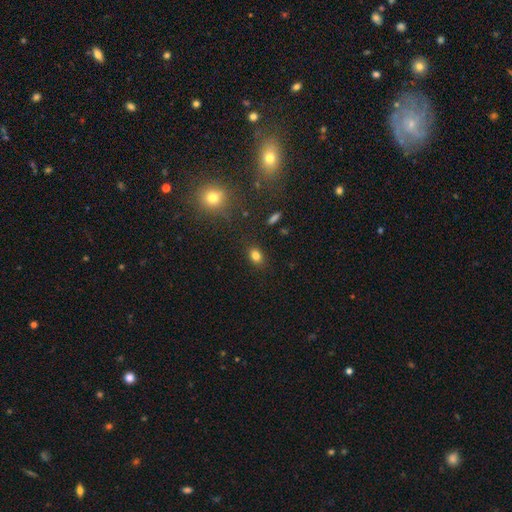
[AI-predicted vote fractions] A smooth galaxy with no disk features (80%) that is in between round and cigar-shaped (64%). Merging: none (85%).